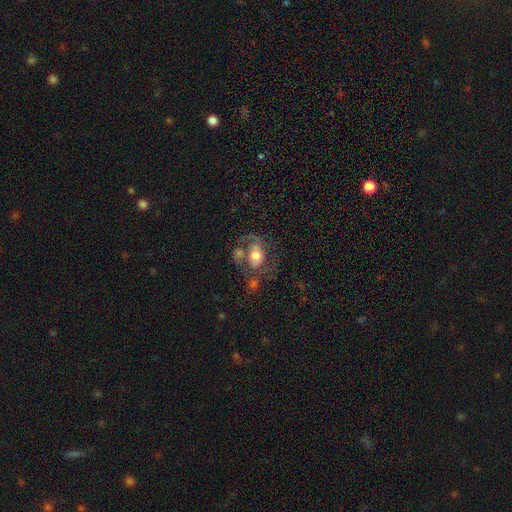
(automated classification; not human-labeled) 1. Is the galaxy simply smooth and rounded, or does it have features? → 58% featured or disk, 33% smooth, 9% star or artifact.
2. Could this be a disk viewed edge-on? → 96% no, 4% yes.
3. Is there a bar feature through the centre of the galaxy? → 66% no, 26% weak, 9% strong.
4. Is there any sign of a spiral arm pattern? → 72% yes, 28% no.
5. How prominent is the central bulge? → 61% moderate, 24% large, 11% small, 2% dominant, 2% none.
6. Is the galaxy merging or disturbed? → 31% none, 28% merger, 25% major disturbance, 16% minor disturbance.